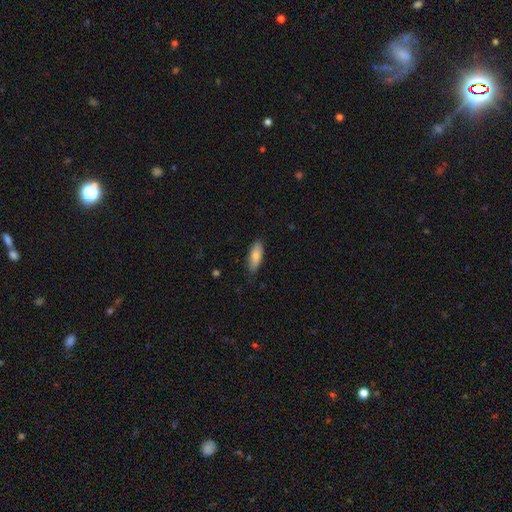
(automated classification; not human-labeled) Smooth or featured? Predicted: smooth (p=0.83). How rounded? Predicted: in between (p=0.70). Merging? Predicted: none (p=0.83).